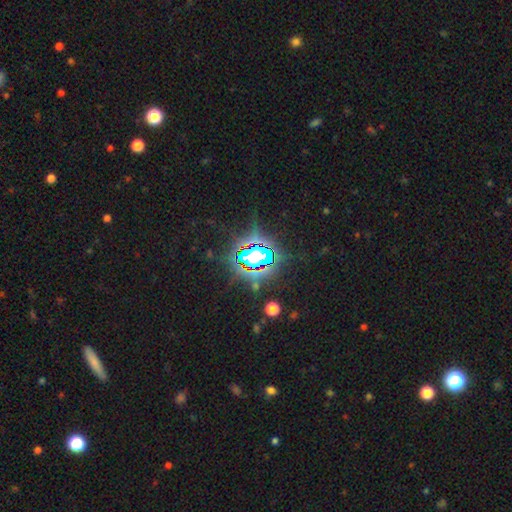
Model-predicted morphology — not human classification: The model was most divided on "smooth or featured": star or artifact: 76%, smooth: 13%, featured or disk: 11%.